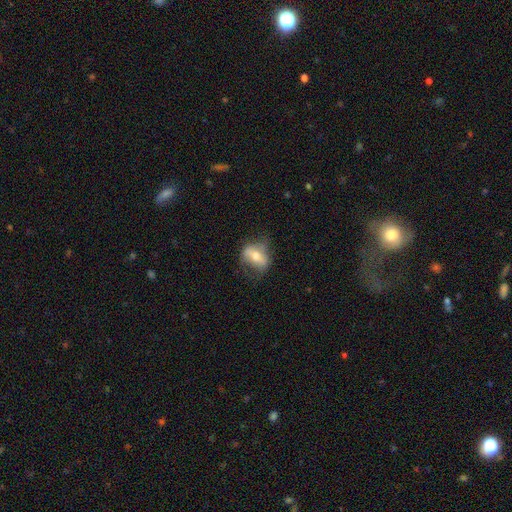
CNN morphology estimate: Smooth or featured: smooth — 47% (featured or disk — 45%)
Merging: none — 55% (minor disturbance — 27%)